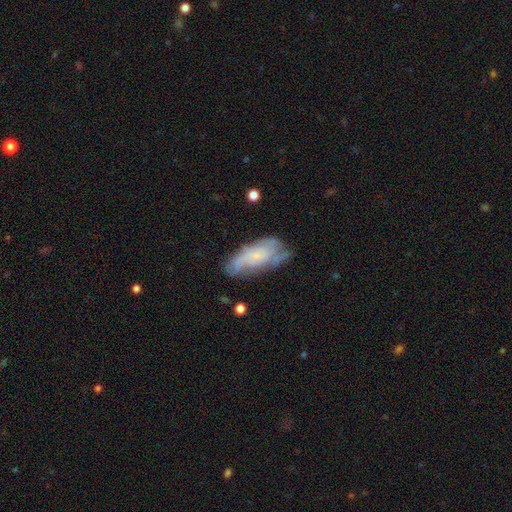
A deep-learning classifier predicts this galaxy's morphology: featured or disk 52%, smooth 39%, star or artifact 9%. Down the decision tree: edge-on disk — no (91%); merging — none (51%).